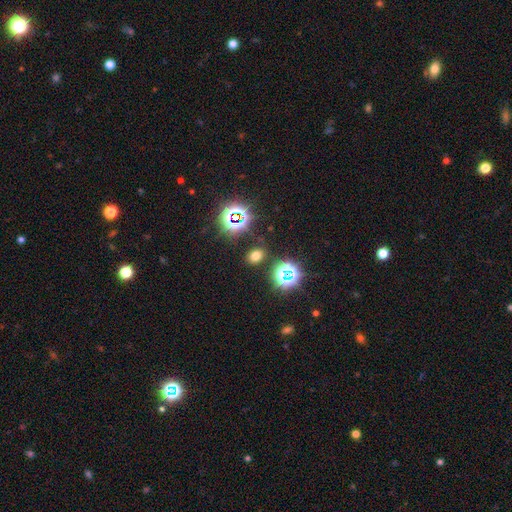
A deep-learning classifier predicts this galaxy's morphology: smooth-or-featured: smooth: 63% | star or artifact: 31% | featured or disk: 7%
  how-rounded: in between: 67% | round: 31% | cigar-shaped: 1%
  merging: none: 85% | minor disturbance: 9% | merger: 3% | major disturbance: 3%